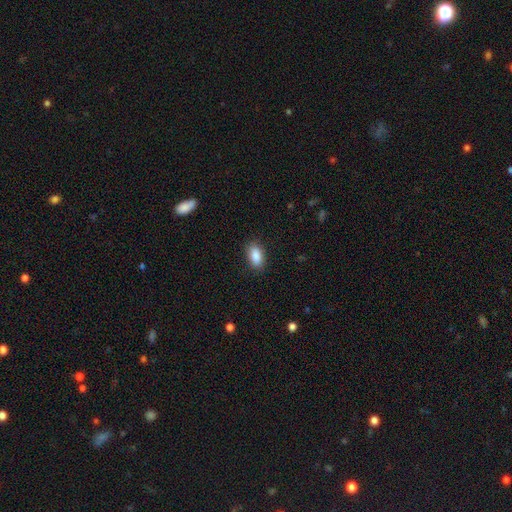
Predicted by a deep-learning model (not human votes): This is clearly a smooth galaxy (88%). How rounded: clearly in between (90%). Merging: clearly none (86%).